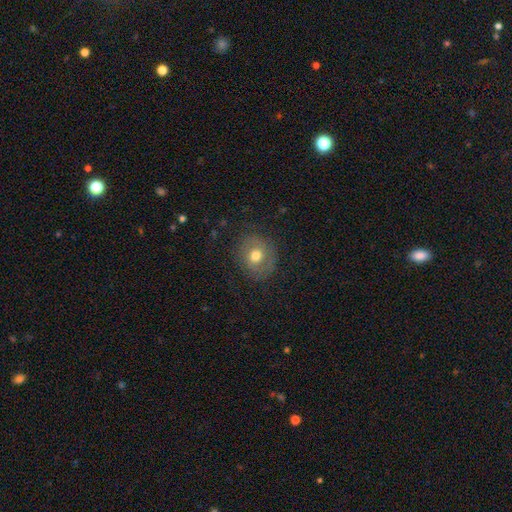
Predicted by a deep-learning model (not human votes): smooth-or-featured: smooth: 67% | featured or disk: 22% | star or artifact: 10%
  how-rounded: round: 77% | in between: 22% | cigar-shaped: 1%
  merging: none: 81% | minor disturbance: 13% | major disturbance: 5% | merger: 1%